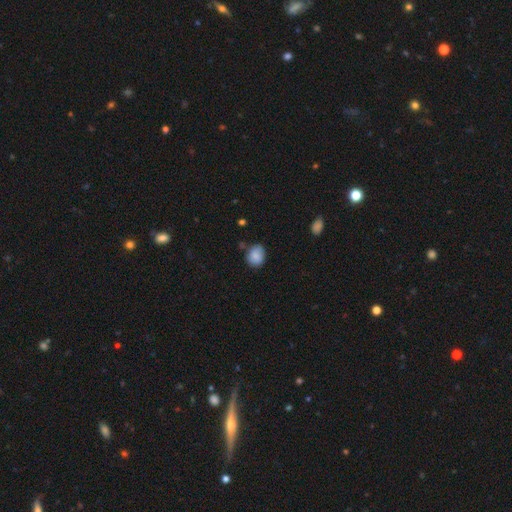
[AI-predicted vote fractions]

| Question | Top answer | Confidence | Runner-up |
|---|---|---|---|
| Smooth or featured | smooth | 84% | star or artifact (8%) |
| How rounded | round | 51% | in between (48%) |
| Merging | none | 70% | minor disturbance (22%) |